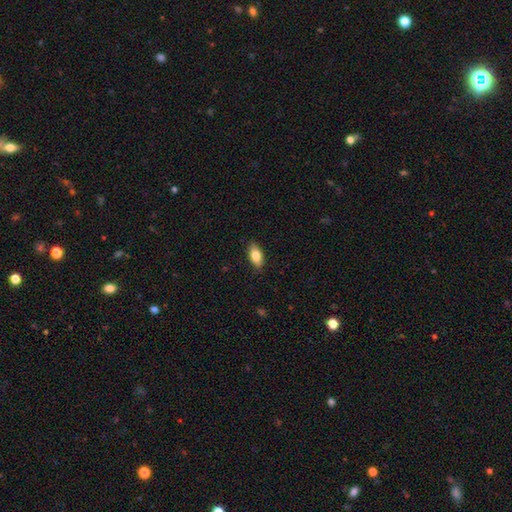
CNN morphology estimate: smooth_or_featured: smooth (p=0.82) [alt: featured or disk p=0.11]
how_rounded: in between (p=0.89) [alt: cigar-shaped p=0.08]
merging: none (p=0.86) [alt: minor disturbance p=0.11]